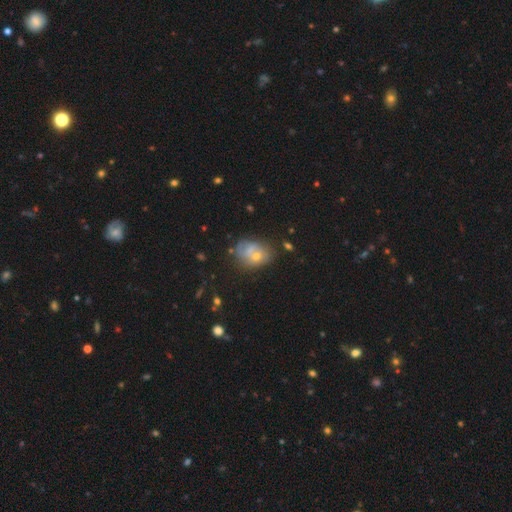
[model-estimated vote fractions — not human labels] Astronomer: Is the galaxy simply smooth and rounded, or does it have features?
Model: smooth — 49% (runner-up: featured or disk, 33%).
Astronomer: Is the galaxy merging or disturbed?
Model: none — 50% (runner-up: minor disturbance, 25%).